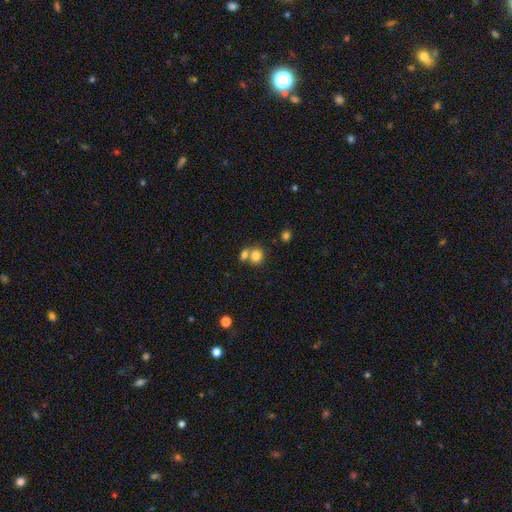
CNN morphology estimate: Smooth or featured? smooth (80%)
How rounded? round (73%)
Merging? none (47%)